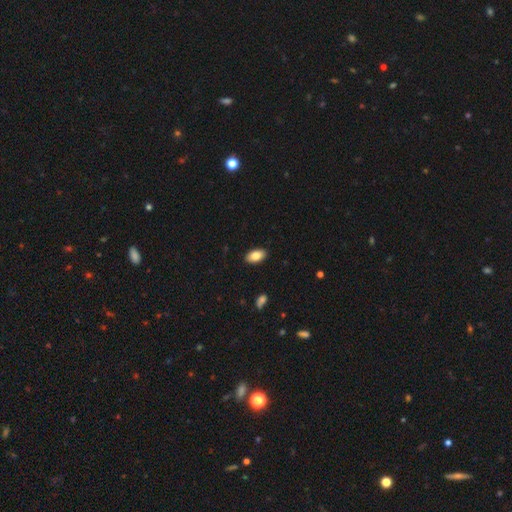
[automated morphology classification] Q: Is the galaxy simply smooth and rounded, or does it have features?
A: smooth — 84%.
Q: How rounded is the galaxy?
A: in between — 94%.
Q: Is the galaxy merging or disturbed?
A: none — 90%.